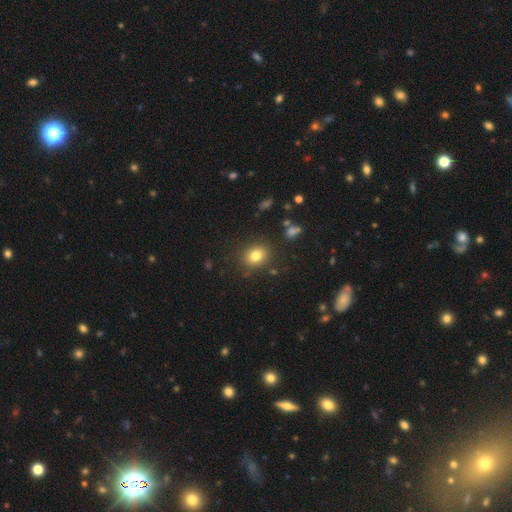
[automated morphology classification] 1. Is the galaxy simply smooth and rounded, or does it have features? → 80% smooth, 12% star or artifact, 8% featured or disk.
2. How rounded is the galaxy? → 54% round, 45% in between, 1% cigar-shaped.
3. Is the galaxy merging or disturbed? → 85% none, 10% minor disturbance, 3% major disturbance, 2% merger.